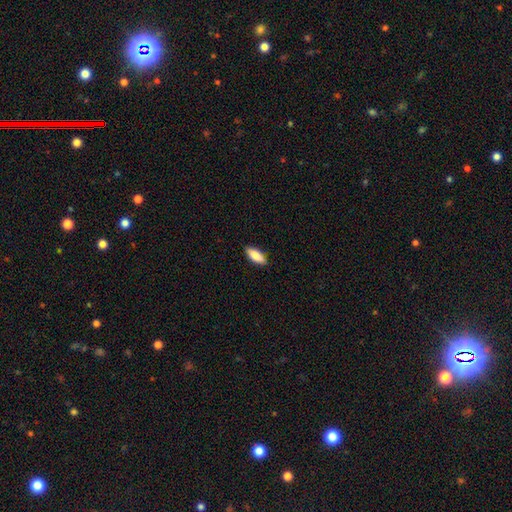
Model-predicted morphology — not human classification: type=smooth (85%); roundness=in between (74%); merging=none (87%).